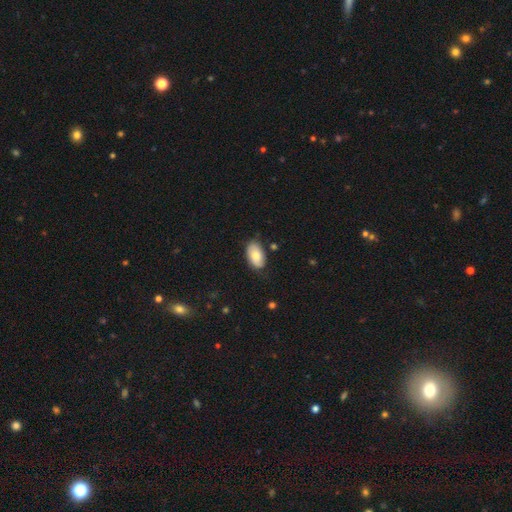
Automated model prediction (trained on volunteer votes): Smooth or featured? Predicted: smooth (p=0.73). How rounded? Predicted: in between (p=0.94). Merging? Predicted: none (p=0.76).